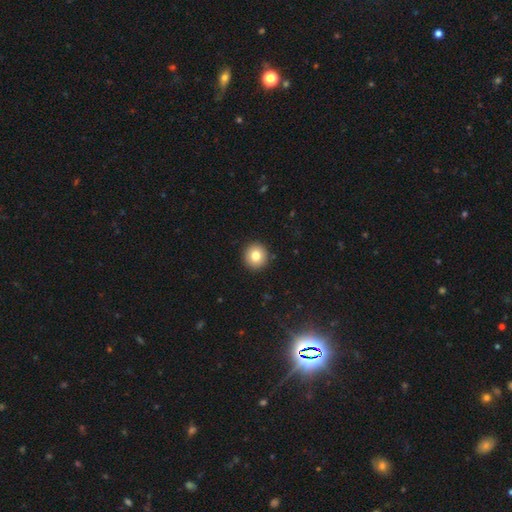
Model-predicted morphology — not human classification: The model was most divided on "smooth or featured": smooth: 80%, featured or disk: 10%, star or artifact: 10%. More confident: how rounded — round (94%); merging — none (93%).